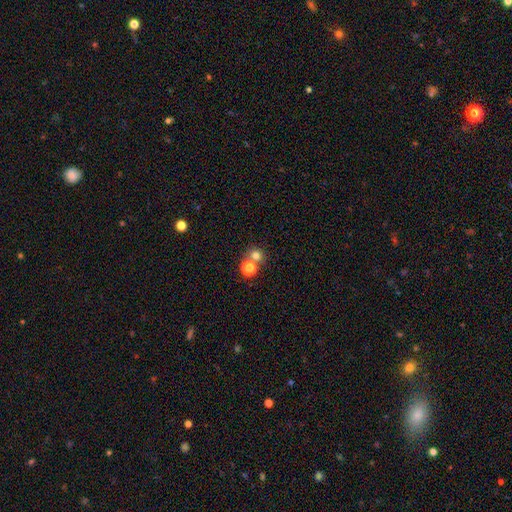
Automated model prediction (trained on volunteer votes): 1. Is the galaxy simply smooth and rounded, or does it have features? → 76% smooth, 17% star or artifact, 8% featured or disk.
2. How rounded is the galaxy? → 85% round, 15% in between, 1% cigar-shaped.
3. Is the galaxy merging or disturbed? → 57% none, 34% merger, 6% minor disturbance, 3% major disturbance.